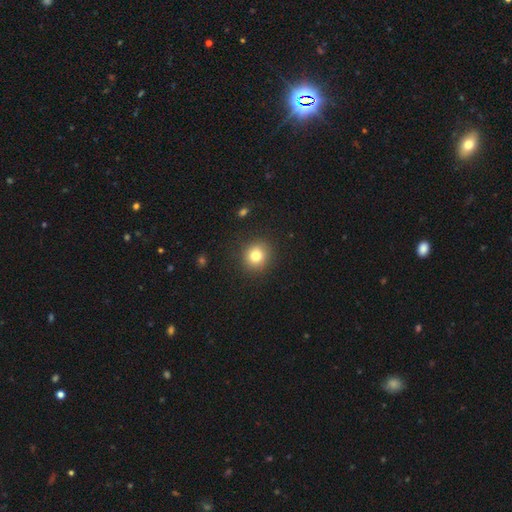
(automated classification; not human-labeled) Smooth or featured? smooth (80%)
How rounded? round (87%)
Merging? none (89%)